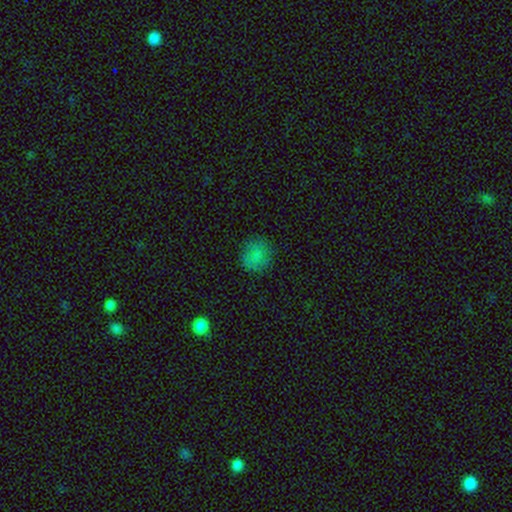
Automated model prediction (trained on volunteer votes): smooth 80%, star or artifact 13%, featured or disk 7%. Down the decision tree: how rounded — round (80%); merging — none (82%).